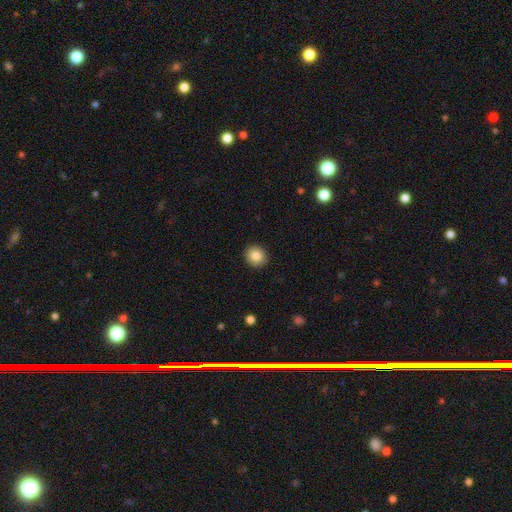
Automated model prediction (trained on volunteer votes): A smooth galaxy with no disk features (84%) that is round (85%). Merging: none (92%).